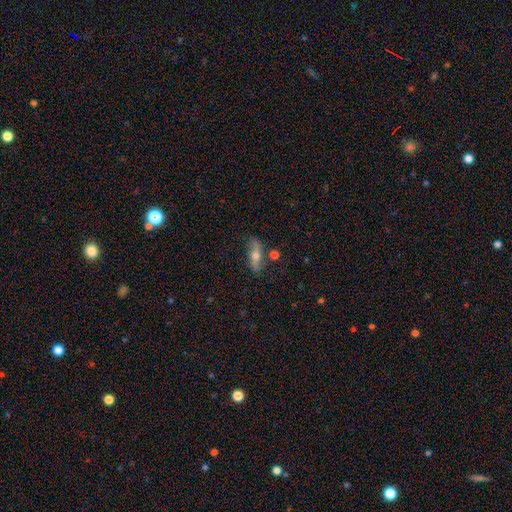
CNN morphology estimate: A featured or disk galaxy (52%) viewed edge-on (54%).

Vote fractions:
- Smooth or featured? featured or disk: 52% / smooth: 40% / star or artifact: 8%
- Edge-on disk? yes: 54% / no: 46%
- Merging? none: 73% / minor disturbance: 16% / merger: 6% / major disturbance: 5%